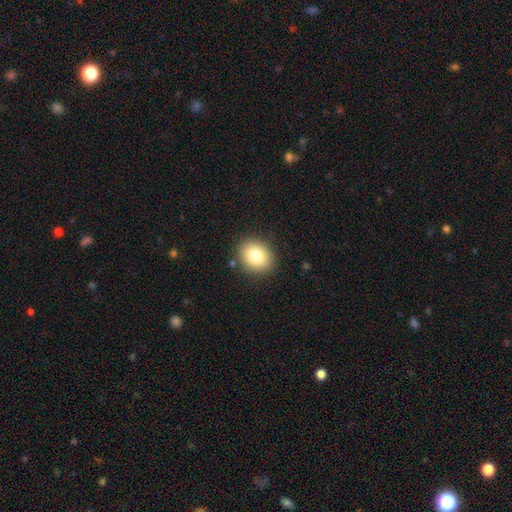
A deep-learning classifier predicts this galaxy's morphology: Smooth or featured? Predicted: smooth (p=0.82). How rounded? Predicted: round (p=0.61). Merging? Predicted: none (p=0.87).